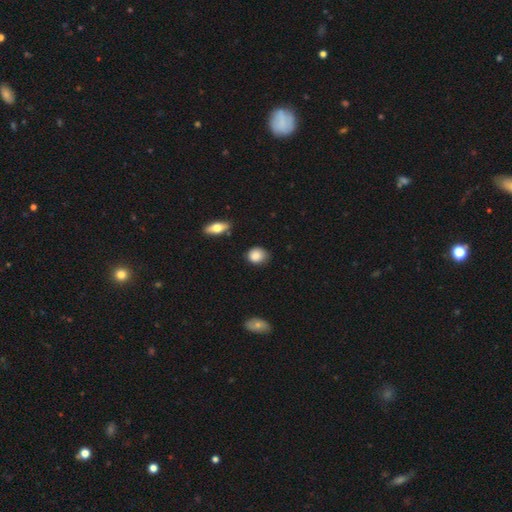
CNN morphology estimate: This is clearly a smooth galaxy (85%). How rounded: likely round (62%). Merging: likely none (71%).